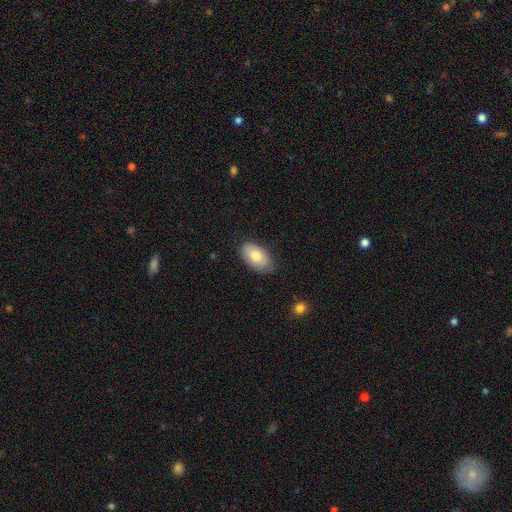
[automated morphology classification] A smooth galaxy with no disk features (78%) that is in between round and cigar-shaped (94%).

Vote fractions:
- Smooth or featured? smooth: 78% / featured or disk: 16% / star or artifact: 6%
- How rounded? in between: 94% / round: 5% / cigar-shaped: 2%
- Merging? none: 78% / minor disturbance: 18% / major disturbance: 3% / merger: 1%